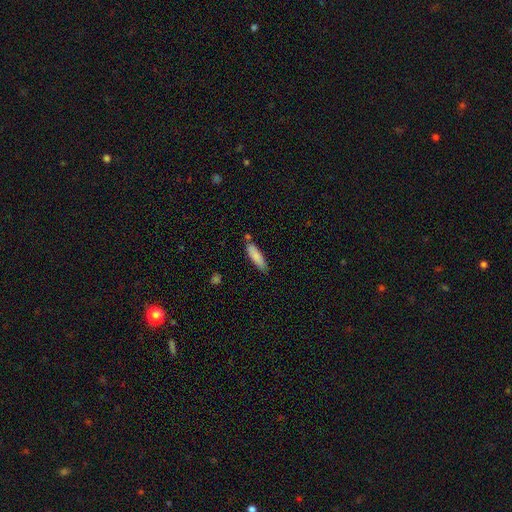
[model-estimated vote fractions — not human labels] Morphology: type=smooth (83%); roundness=cigar-shaped (66%); merging=none (75%).